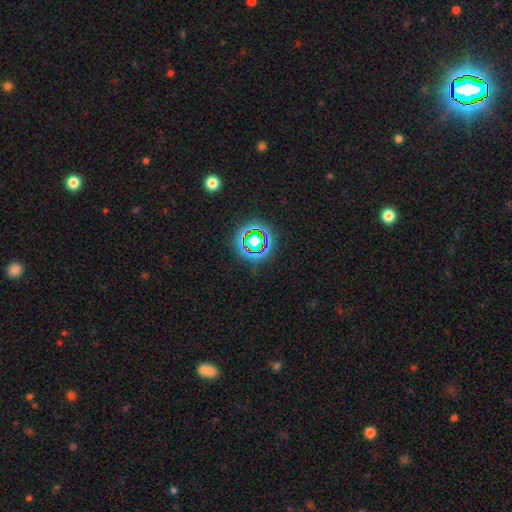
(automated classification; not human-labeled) star or artifact 70%, smooth 19%, featured or disk 10%.